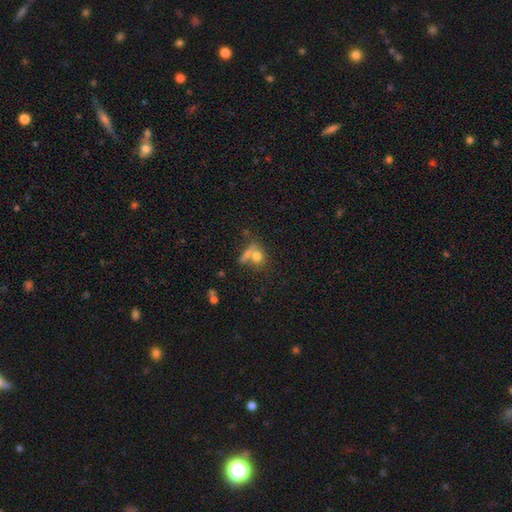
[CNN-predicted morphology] Smooth or featured: smooth — 72% (featured or disk — 16%)
How rounded: round — 59% (in between — 36%)
Merging: none — 40% (tied with merger — 40%)